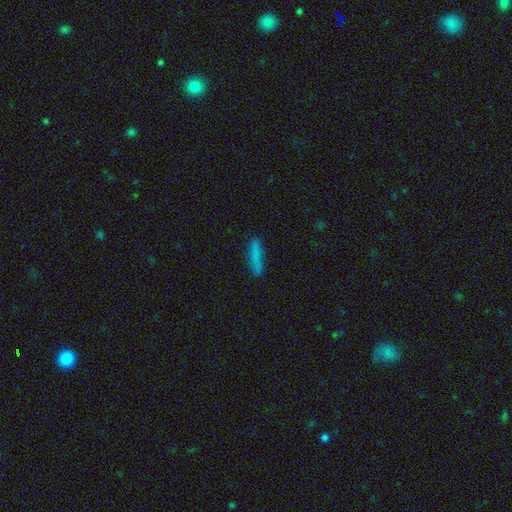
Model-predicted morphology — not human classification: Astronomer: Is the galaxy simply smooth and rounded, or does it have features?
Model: smooth — 81%.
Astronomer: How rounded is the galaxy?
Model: cigar-shaped — 86%.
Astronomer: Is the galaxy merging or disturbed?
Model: none — 82%.